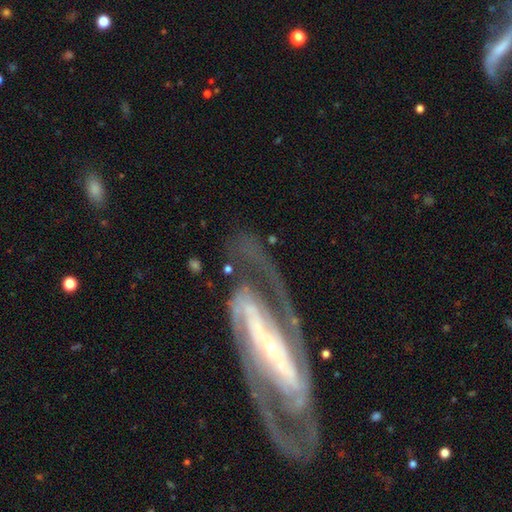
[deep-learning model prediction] Smooth or featured? featured or disk (90%)
Edge-on disk? no (92%)
Bar? strong (69%)
Spiral arms? yes (96%)
Spiral winding? medium (48%)
Spiral arm count? 2 (90%)
Bulge size? small (78%)
Merging? none (75%)